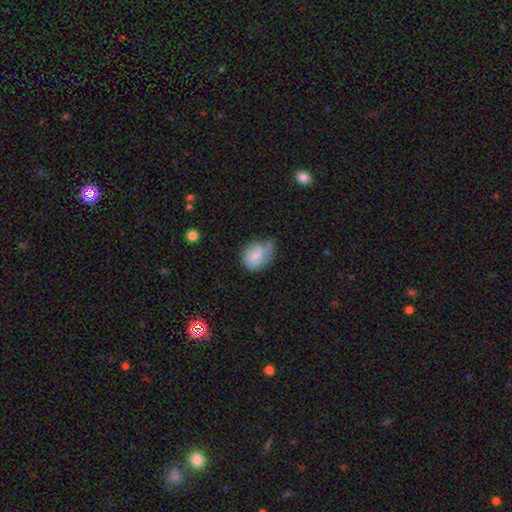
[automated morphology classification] This is likely a smooth galaxy (65%). How rounded: possibly in between (53%). Merging: marginally minor disturbance (40%).